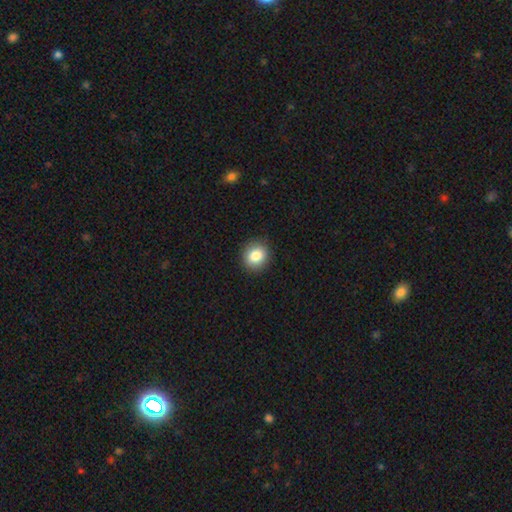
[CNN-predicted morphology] Smooth or featured: smooth — 84% (star or artifact — 9%)
How rounded: round — 76% (in between — 23%)
Merging: none — 90% (minor disturbance — 7%)